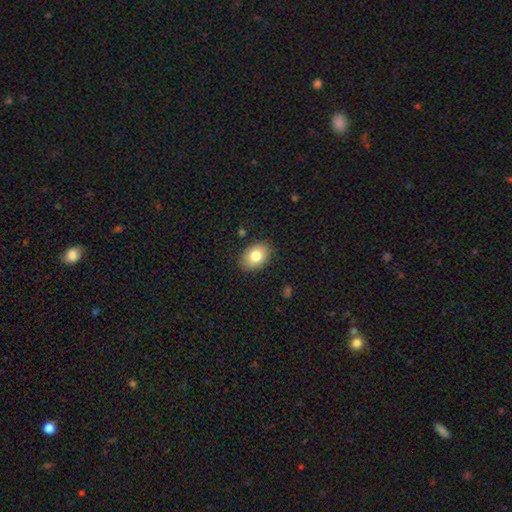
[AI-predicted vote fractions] smooth-or-featured: smooth: 81% | featured or disk: 12% | star or artifact: 8%
  how-rounded: in between: 78% | round: 21% | cigar-shaped: 1%
  merging: none: 86% | minor disturbance: 10% | major disturbance: 2% | merger: 1%